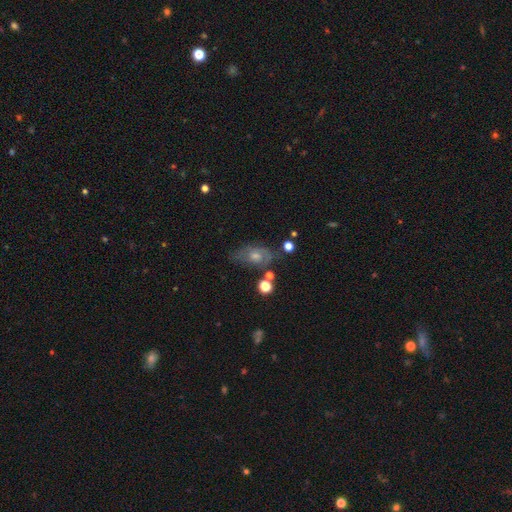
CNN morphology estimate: Smooth or featured? featured or disk (47%)
Merging? none (64%)